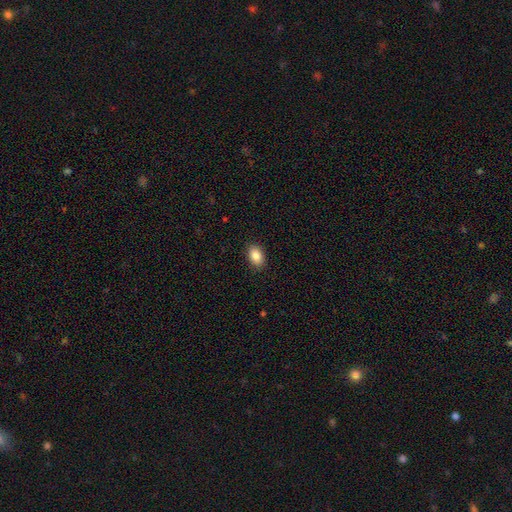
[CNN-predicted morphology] A smooth galaxy with no disk features (87%) that is in between round and cigar-shaped (87%). Merging: none (89%).